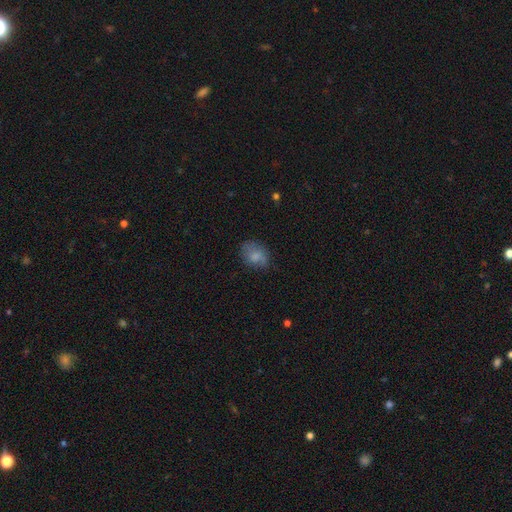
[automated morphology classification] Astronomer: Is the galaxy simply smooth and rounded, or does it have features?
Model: smooth — 76%.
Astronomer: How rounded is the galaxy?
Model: in between — 63%.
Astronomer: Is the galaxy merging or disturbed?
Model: none — 64%.